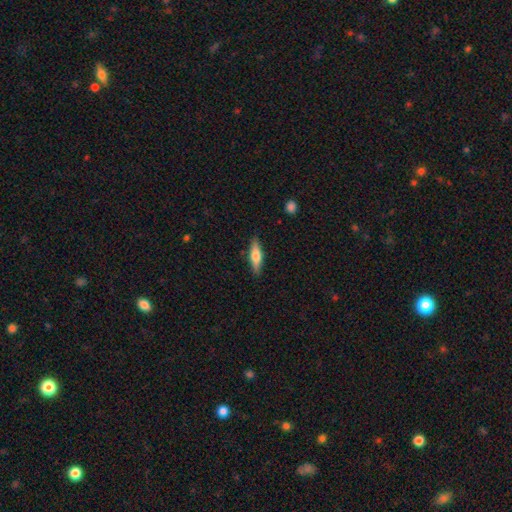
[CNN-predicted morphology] smooth_or_featured: smooth (p=0.50) [alt: featured or disk p=0.44]
how_rounded: cigar-shaped (p=0.65) [alt: in between p=0.33]
merging: none (p=0.87) [alt: minor disturbance p=0.10]